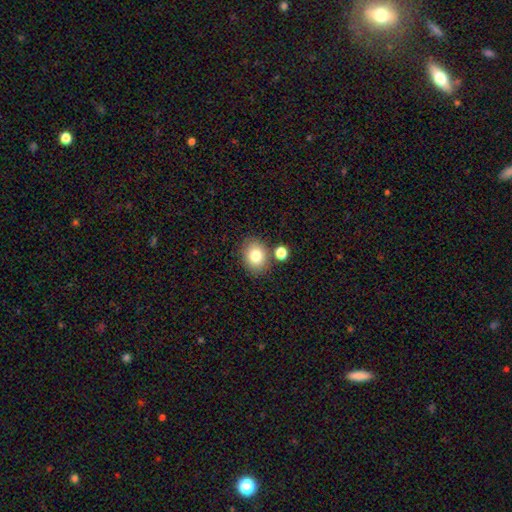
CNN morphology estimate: The model was most divided on "how rounded": round: 54%, in between: 45%, cigar-shaped: 1%. More confident: smooth or featured — smooth (81%); merging — none (77%).